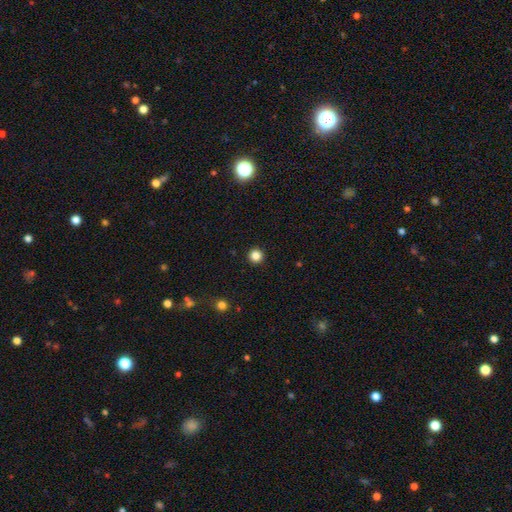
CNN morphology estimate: Smooth or featured?
  - smooth: 84% *
  - star or artifact: 12%
  - featured or disk: 4%
How rounded?
  - round: 96% *
  - in between: 3%
  - cigar-shaped: 1%
Merging?
  - none: 93% *
  - minor disturbance: 4%
  - major disturbance: 2%
  - merger: 1%